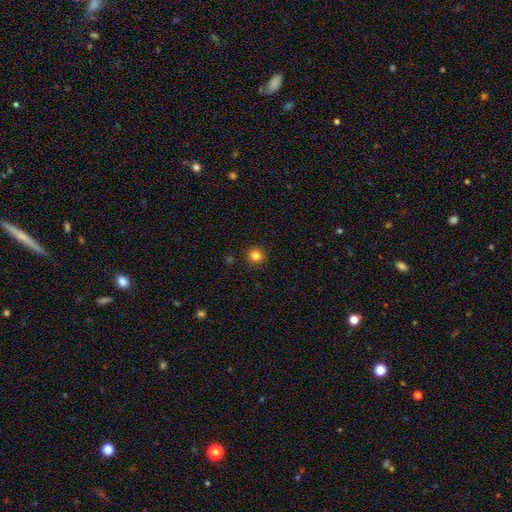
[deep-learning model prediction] Overall: smooth (83%). How rounded: round (94%). Merging: none (92%).